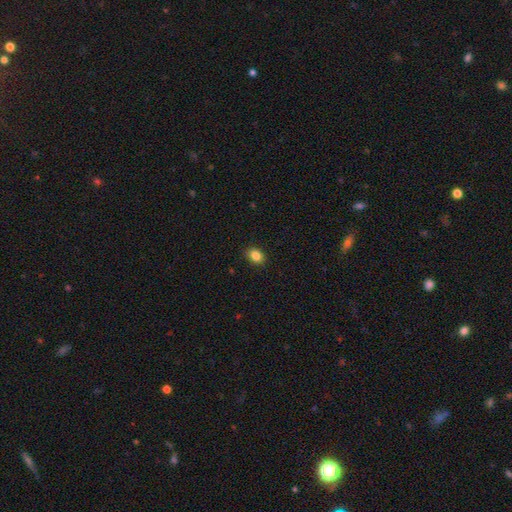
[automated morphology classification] Smooth or featured?
  - smooth: 86% *
  - star or artifact: 10%
  - featured or disk: 4%
How rounded?
  - in between: 58% *
  - round: 41%
  - cigar-shaped: 1%
Merging?
  - none: 89% *
  - minor disturbance: 8%
  - major disturbance: 2%
  - merger: 1%